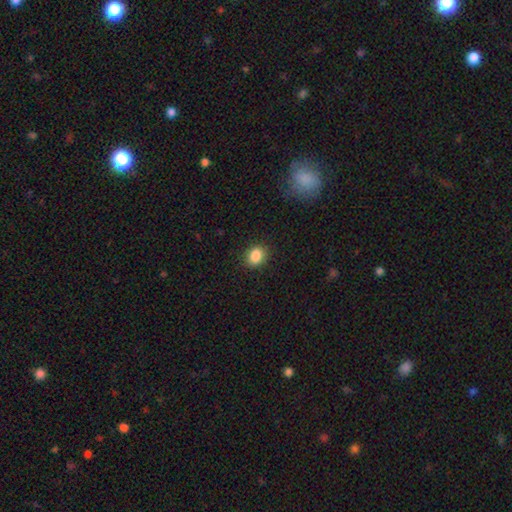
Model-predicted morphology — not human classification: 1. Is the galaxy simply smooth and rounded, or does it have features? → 87% smooth, 9% star or artifact, 4% featured or disk.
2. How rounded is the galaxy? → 52% in between, 47% round, 1% cigar-shaped.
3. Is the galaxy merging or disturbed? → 88% none, 9% minor disturbance, 2% major disturbance, 1% merger.